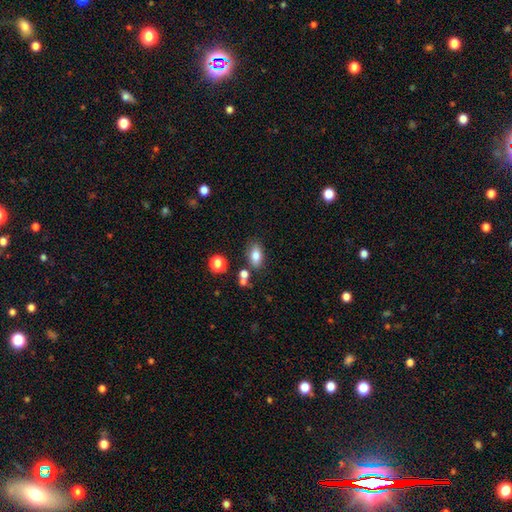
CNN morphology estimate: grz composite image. It shows a smooth galaxy with no disk features (81%) that is in between round and cigar-shaped (86%). Merging: none (74%).